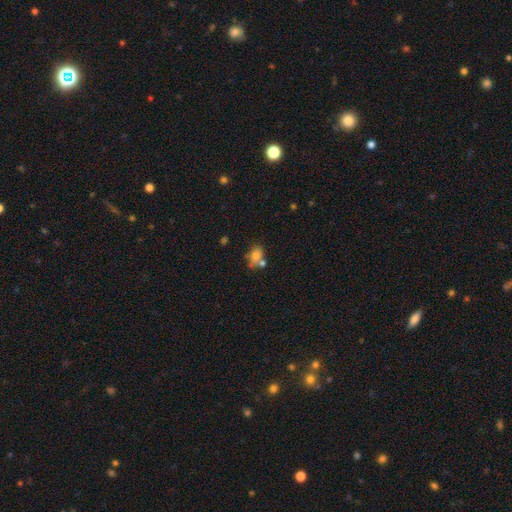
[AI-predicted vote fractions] Smooth or featured?
  - smooth: 72% *
  - featured or disk: 16%
  - star or artifact: 12%
How rounded?
  - in between: 71% *
  - round: 26%
  - cigar-shaped: 2%
Merging?
  - none: 46% *
  - merger: 28%
  - minor disturbance: 18%
  - major disturbance: 8%